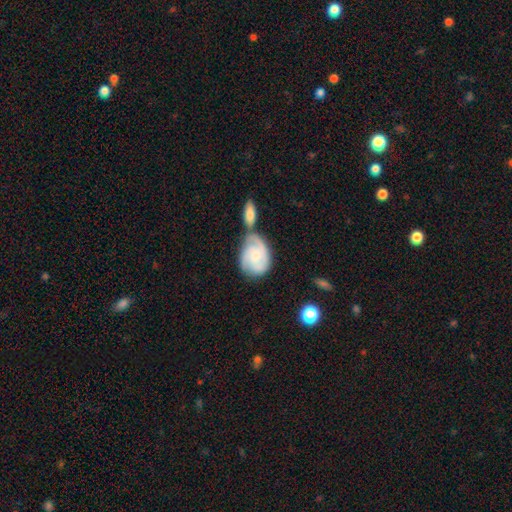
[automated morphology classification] A featured or disk galaxy (64%) with no bar (68%), 2 (37%) tight (52%) spiral arms (91%) and a small central bulge (54%). Merging: none (36%).